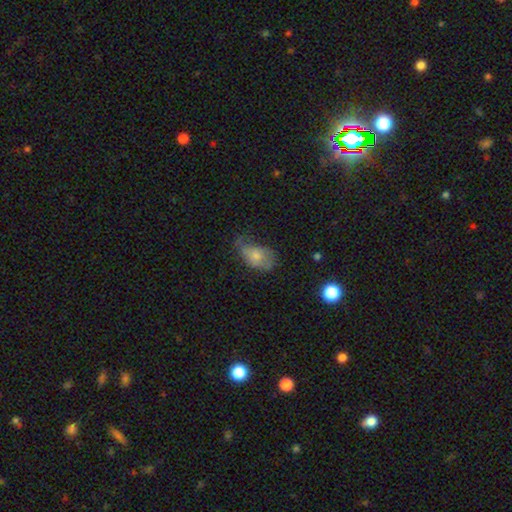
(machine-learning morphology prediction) smooth_or_featured: smooth (p=0.62) [alt: featured or disk p=0.28]
how_rounded: in between (p=0.82) [alt: round p=0.16]
merging: minor disturbance (p=0.38) [alt: none p=0.34]